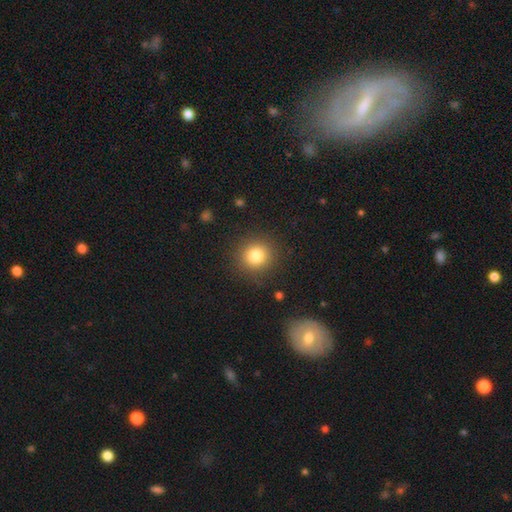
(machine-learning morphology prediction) Smooth or featured?
  - smooth: 82% *
  - star or artifact: 11%
  - featured or disk: 7%
How rounded?
  - round: 91% *
  - in between: 8%
  - cigar-shaped: 1%
Merging?
  - none: 89% *
  - minor disturbance: 7%
  - major disturbance: 3%
  - merger: 1%